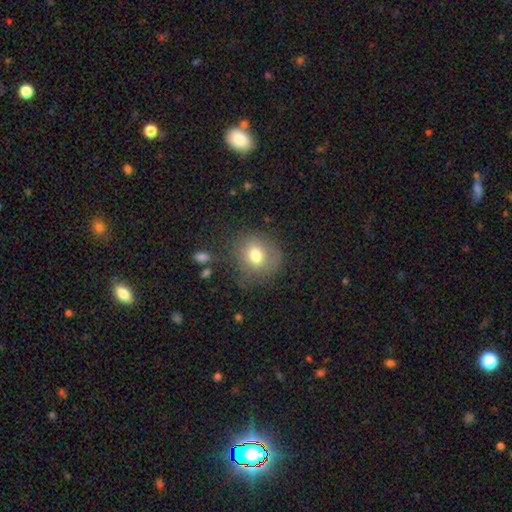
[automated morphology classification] type=smooth (74%); roundness=round (78%); merging=none (71%).